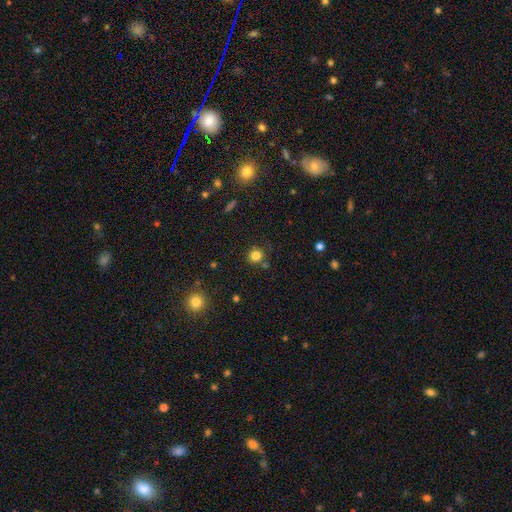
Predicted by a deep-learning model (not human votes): Smooth or featured: smooth — 80% (star or artifact — 14%)
How rounded: round — 87% (in between — 12%)
Merging: none — 79% (minor disturbance — 11%)